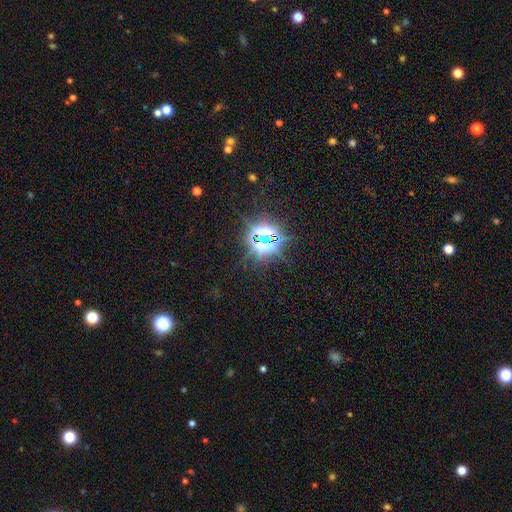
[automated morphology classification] The model was most divided on "smooth or featured": star or artifact: 82%, smooth: 11%, featured or disk: 7%.